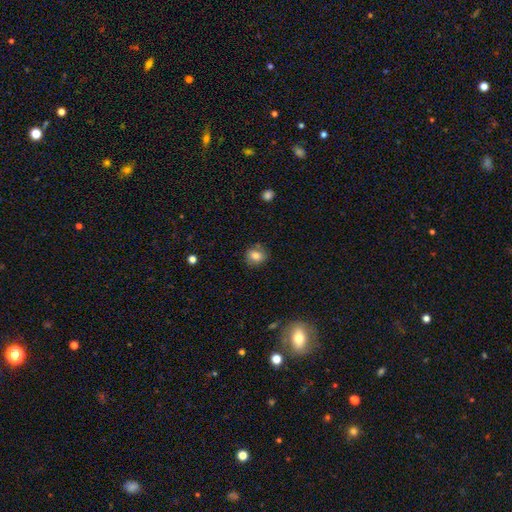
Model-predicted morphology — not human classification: A smooth galaxy with no disk features (80%) that is round (73%).

Vote fractions:
- Smooth or featured? smooth: 80% / star or artifact: 10% / featured or disk: 10%
- How rounded? round: 73% / in between: 26% / cigar-shaped: 1%
- Merging? none: 82% / minor disturbance: 13% / major disturbance: 3% / merger: 2%